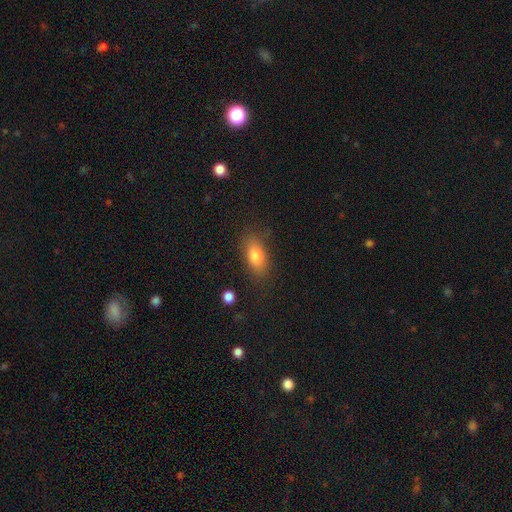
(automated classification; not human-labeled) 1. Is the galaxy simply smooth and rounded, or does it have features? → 80% smooth, 11% featured or disk, 9% star or artifact.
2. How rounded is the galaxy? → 84% in between, 8% round, 7% cigar-shaped.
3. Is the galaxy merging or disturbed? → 80% none, 14% minor disturbance, 4% major disturbance, 2% merger.